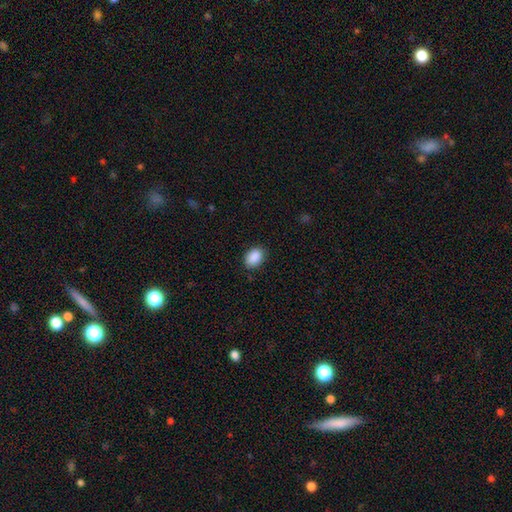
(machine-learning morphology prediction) The model was most divided on "how rounded": in between: 77%, round: 22%, cigar-shaped: 1%. More confident: smooth or featured — smooth (90%); merging — none (85%).